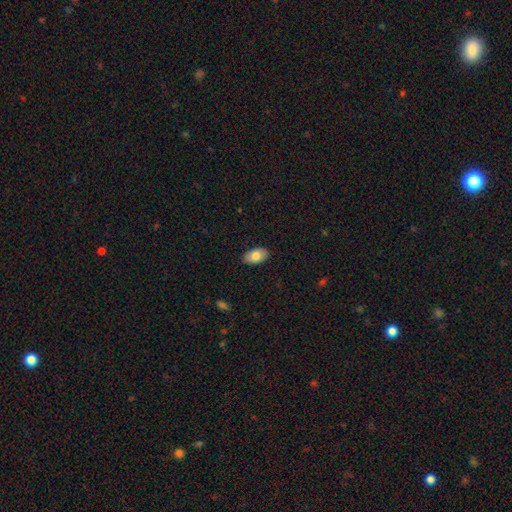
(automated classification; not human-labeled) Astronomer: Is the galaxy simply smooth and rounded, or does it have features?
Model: smooth — 79%.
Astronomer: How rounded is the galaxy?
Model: in between — 94%.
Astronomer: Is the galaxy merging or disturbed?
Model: none — 88%.